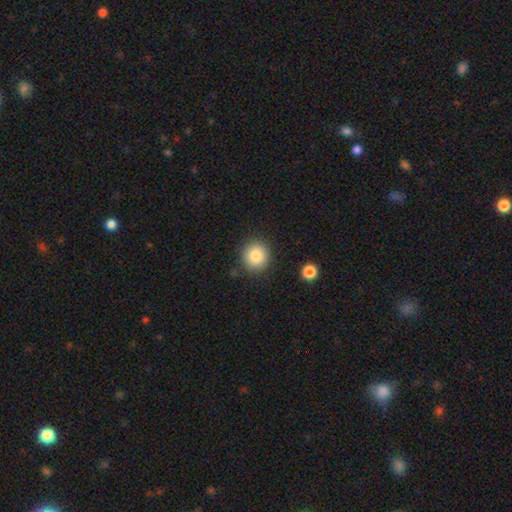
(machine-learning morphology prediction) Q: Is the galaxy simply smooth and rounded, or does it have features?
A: smooth — 84%.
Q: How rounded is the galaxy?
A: round — 91%.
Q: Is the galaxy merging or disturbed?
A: none — 88%.